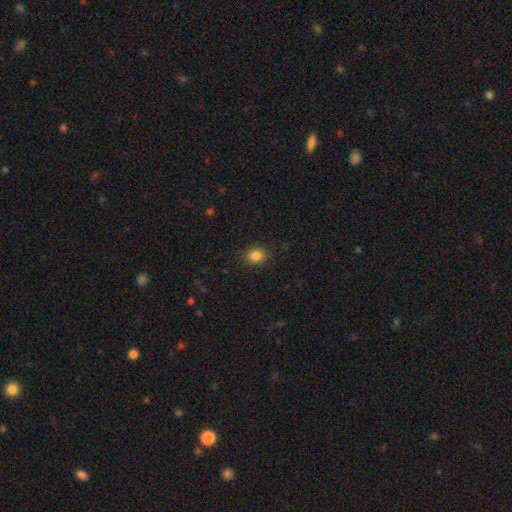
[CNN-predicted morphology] Smooth or featured? Predicted: smooth (p=0.85). How rounded? Predicted: round (p=0.56). Merging? Predicted: none (p=0.88).